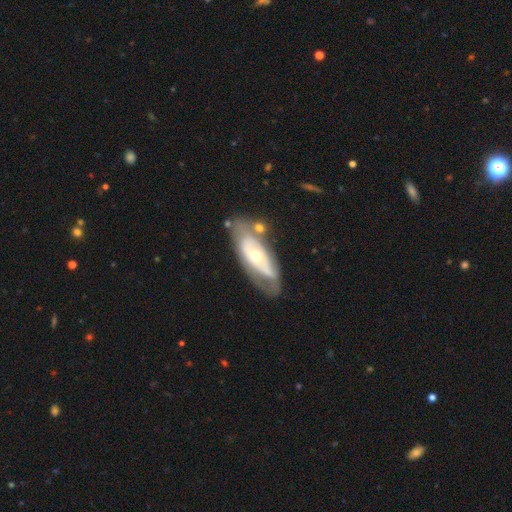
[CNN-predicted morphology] type=featured or disk (66%); edge-on=no (84%); bar=no (78%); spiral arms=no (56%); bulge=moderate (50%); merging=none (60%).